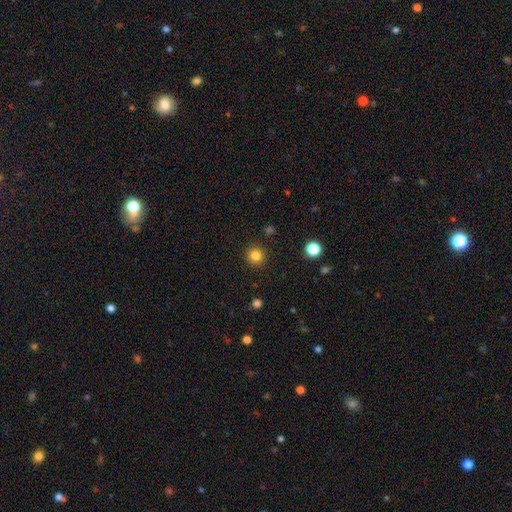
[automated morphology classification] Overall: smooth (83%). How rounded: round (95%). Merging: none (92%).